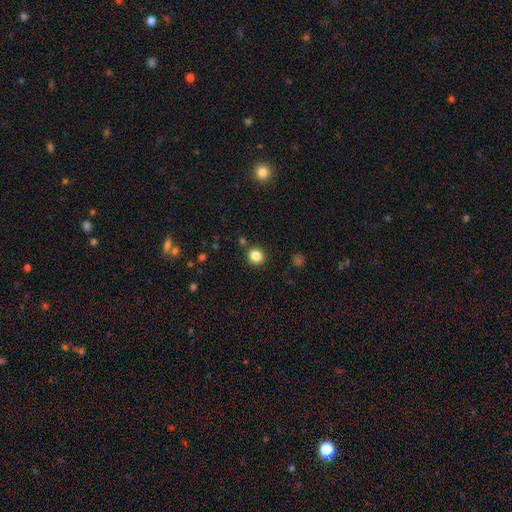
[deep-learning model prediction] Q: Smooth or featured?
A: smooth (84%); runner-up: star or artifact (11%)
Q: How rounded?
A: round (84%); runner-up: in between (15%)
Q: Merging?
A: none (87%); runner-up: minor disturbance (7%)